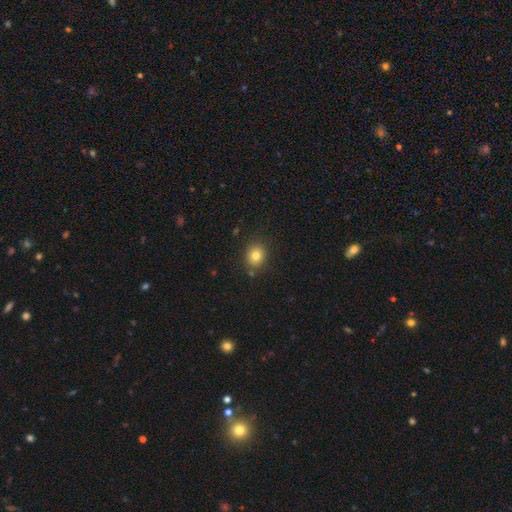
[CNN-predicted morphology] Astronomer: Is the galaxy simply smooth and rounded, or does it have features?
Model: smooth — 81%.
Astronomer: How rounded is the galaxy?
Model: round — 69%.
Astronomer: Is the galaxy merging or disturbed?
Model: none — 84%.